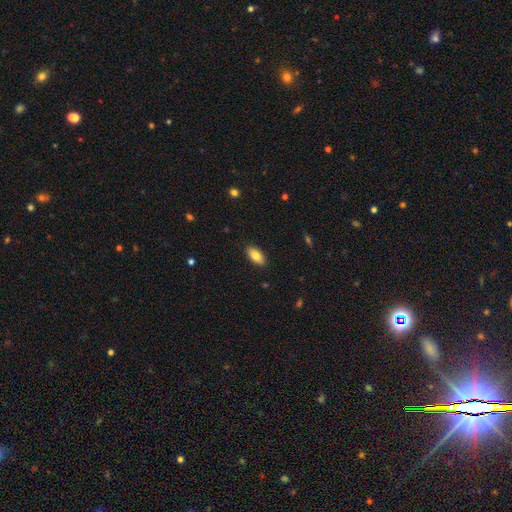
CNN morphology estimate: Smooth or featured?
  - smooth: 82% *
  - featured or disk: 11%
  - star or artifact: 7%
How rounded?
  - in between: 89% *
  - cigar-shaped: 8%
  - round: 3%
Merging?
  - none: 89% *
  - minor disturbance: 8%
  - major disturbance: 2%
  - merger: 1%